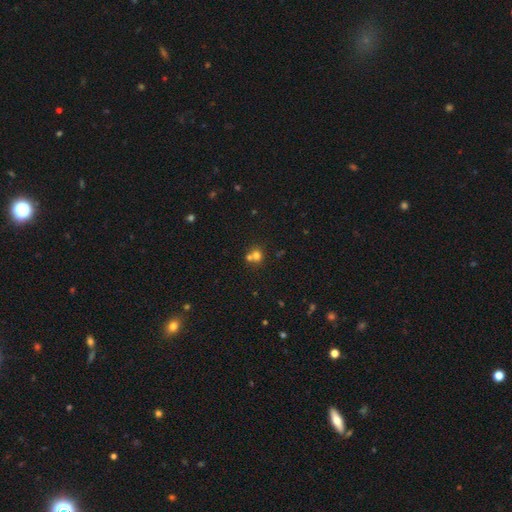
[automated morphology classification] Overall: smooth (70%). How rounded: round (85%). Merging: none (48%; merger 43%).